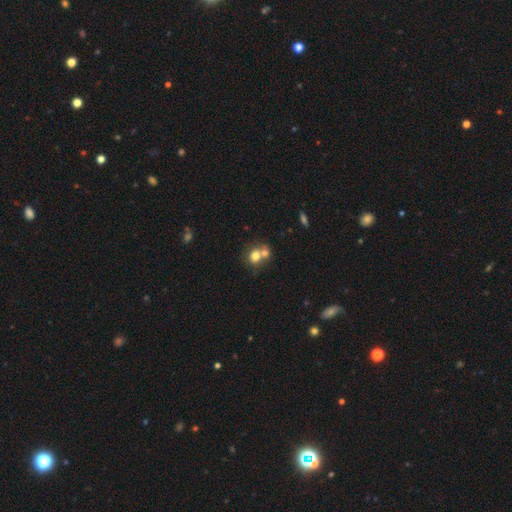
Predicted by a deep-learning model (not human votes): Q: Smooth or featured?
A: smooth (72%); runner-up: featured or disk (17%)
Q: How rounded?
A: round (73%); runner-up: in between (26%)
Q: Merging?
A: merger (55%); runner-up: none (35%)